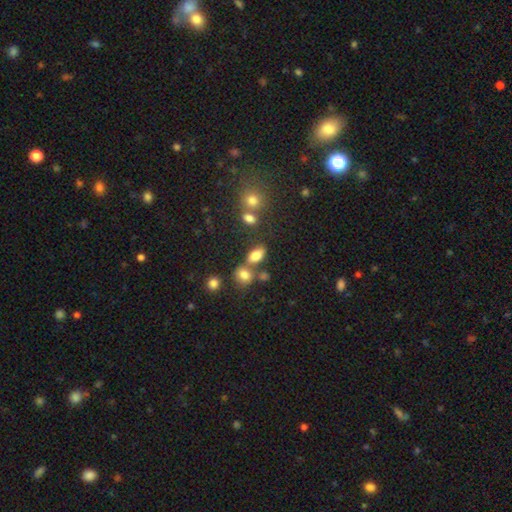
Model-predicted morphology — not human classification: Smooth or featured? Predicted: smooth (p=0.79). How rounded? Predicted: in between (p=0.86). Merging? Predicted: none (p=0.55).